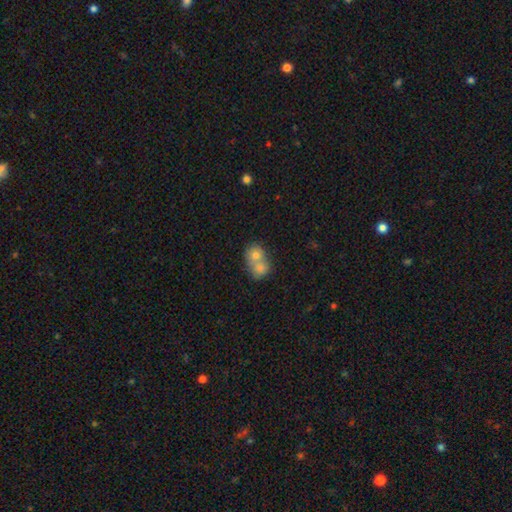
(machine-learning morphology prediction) Smooth or featured: smooth — 73% (featured or disk — 18%)
How rounded: round — 65% (in between — 34%)
Merging: merger — 71% (none — 22%)